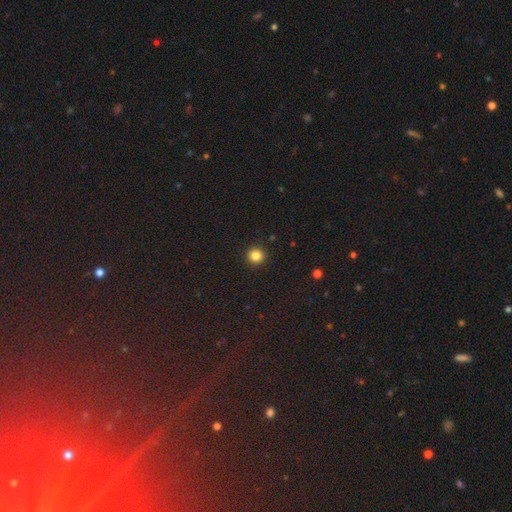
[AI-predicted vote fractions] Overall: smooth (84%). How rounded: round (94%). Merging: none (93%).